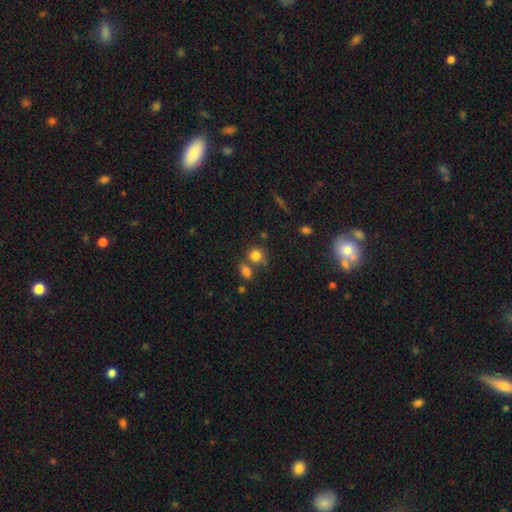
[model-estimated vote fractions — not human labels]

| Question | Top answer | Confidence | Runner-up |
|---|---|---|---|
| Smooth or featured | smooth | 80% | star or artifact (12%) |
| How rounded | round | 73% | in between (25%) |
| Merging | none | 56% | merger (27%) |